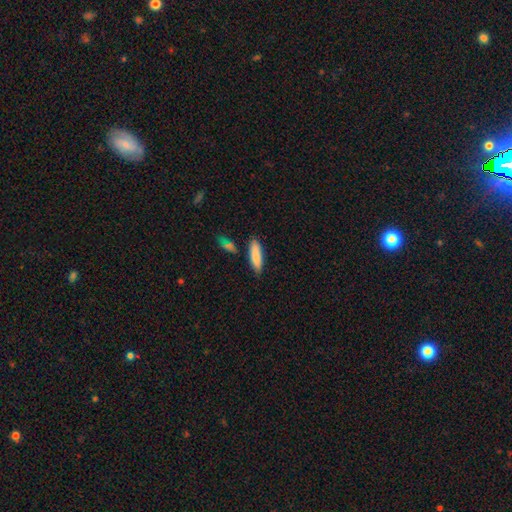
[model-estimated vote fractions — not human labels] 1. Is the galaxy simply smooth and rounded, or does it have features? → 85% smooth, 9% featured or disk, 6% star or artifact.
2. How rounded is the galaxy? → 58% cigar-shaped, 41% in between, 2% round.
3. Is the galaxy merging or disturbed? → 81% none, 12% minor disturbance, 4% merger, 2% major disturbance.